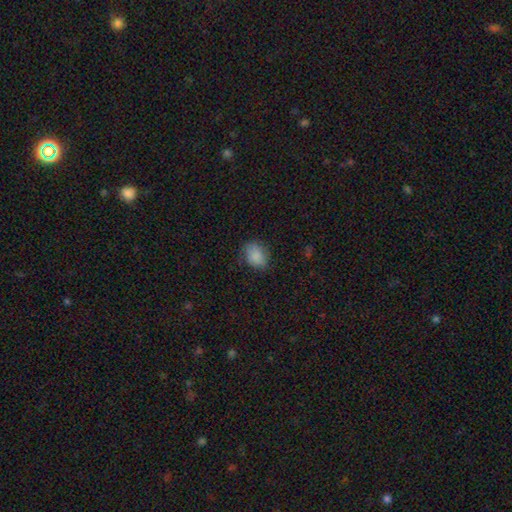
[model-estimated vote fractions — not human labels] This is clearly a smooth galaxy (85%). How rounded: likely in between (64%). Merging: likely none (72%).